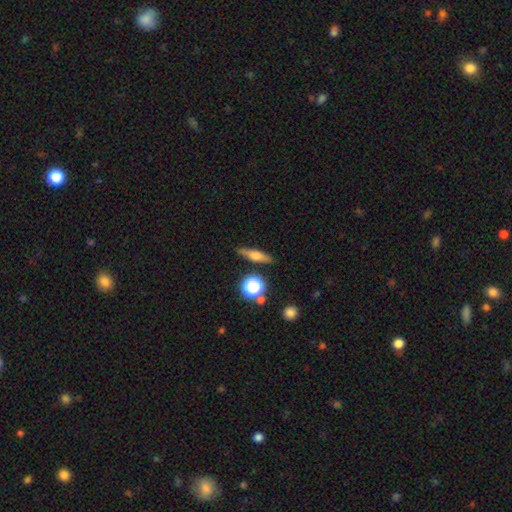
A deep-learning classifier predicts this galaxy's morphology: Smooth or featured: smooth — 46% (featured or disk — 43%)
Merging: none — 85% (minor disturbance — 9%)